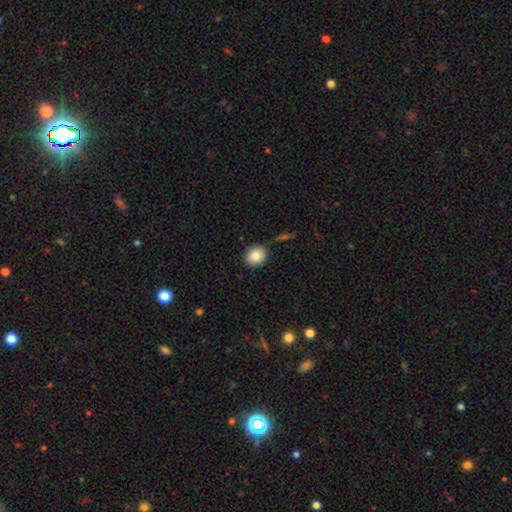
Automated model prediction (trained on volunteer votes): Morphology: type=smooth (85%); roundness=round (69%); merging=none (83%).